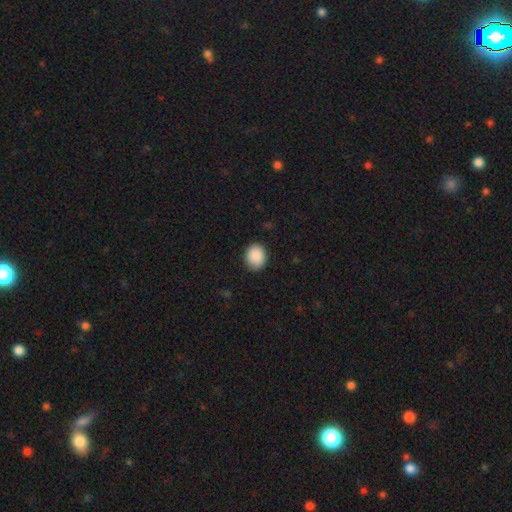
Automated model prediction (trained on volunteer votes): Overall: smooth (89%). How rounded: round (57%; in between 42%). Merging: none (84%).